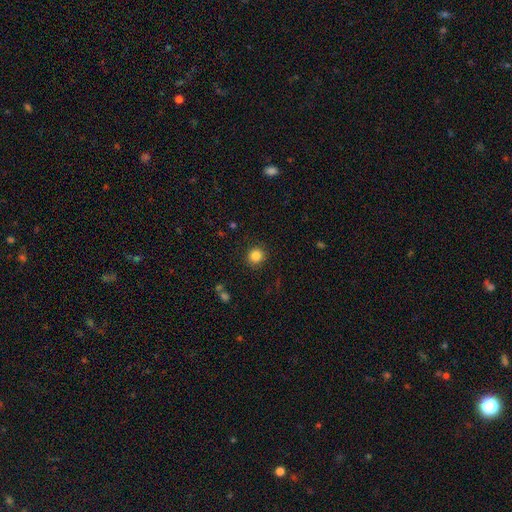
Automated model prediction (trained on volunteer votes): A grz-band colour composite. It shows a smooth galaxy with no disk features (85%) that is round (90%). Merging: none (90%).